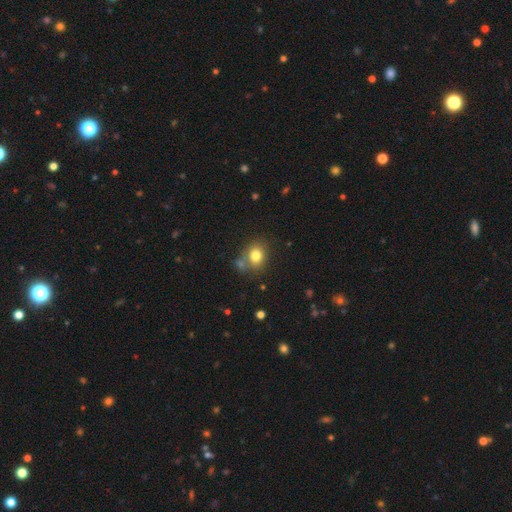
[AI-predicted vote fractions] Smooth or featured? smooth (79%)
How rounded? round (59%)
Merging? none (64%)